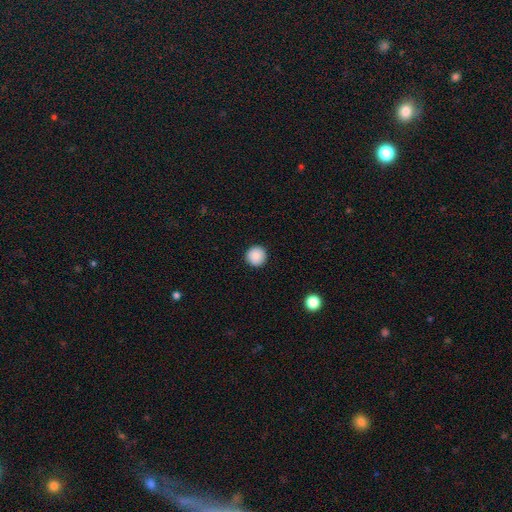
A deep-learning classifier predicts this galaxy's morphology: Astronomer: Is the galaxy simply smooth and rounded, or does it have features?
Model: smooth — 88%.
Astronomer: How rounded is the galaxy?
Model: round — 96%.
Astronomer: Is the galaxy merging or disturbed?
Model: none — 93%.